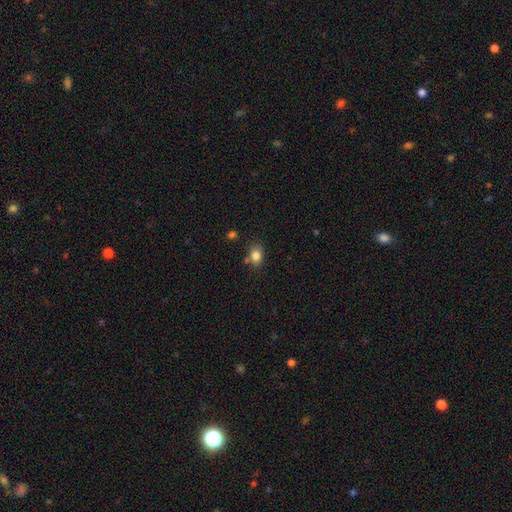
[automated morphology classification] Q: Smooth or featured?
A: smooth (83%); runner-up: star or artifact (11%)
Q: How rounded?
A: in between (57%); runner-up: round (42%)
Q: Merging?
A: none (68%); runner-up: minor disturbance (18%)